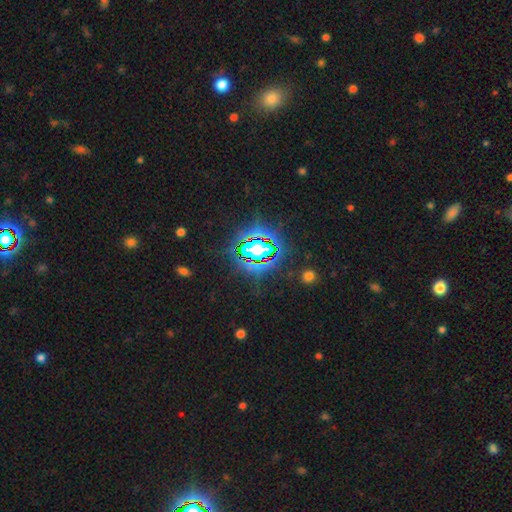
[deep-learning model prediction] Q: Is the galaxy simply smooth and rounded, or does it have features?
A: star or artifact — 82%.